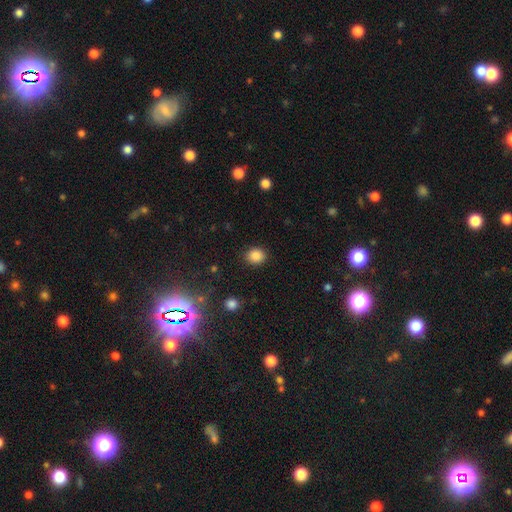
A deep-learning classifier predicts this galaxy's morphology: type=smooth (84%); roundness=round (70%); merging=none (89%).